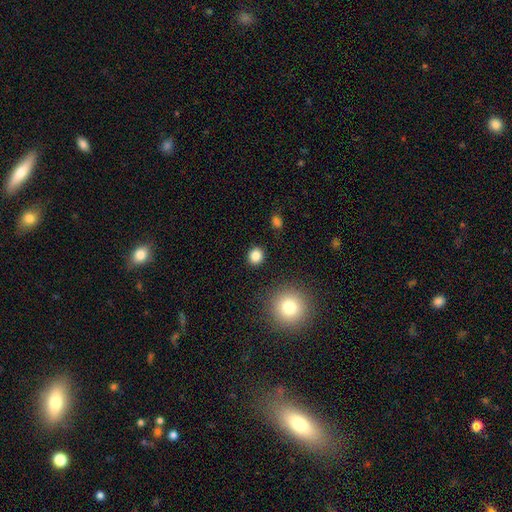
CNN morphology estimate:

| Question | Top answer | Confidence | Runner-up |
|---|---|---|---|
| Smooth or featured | smooth | 84% | star or artifact (11%) |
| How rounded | round | 82% | in between (17%) |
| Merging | none | 89% | minor disturbance (6%) |